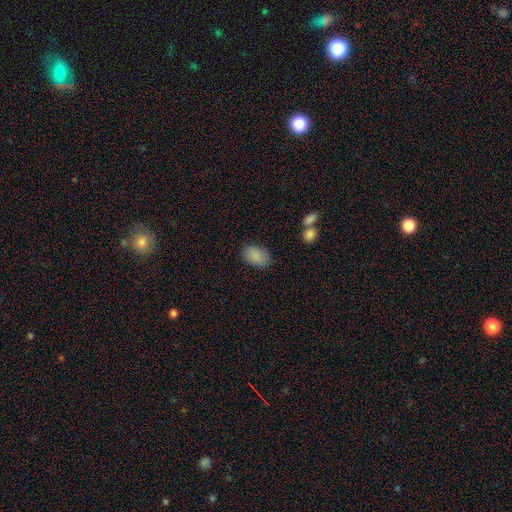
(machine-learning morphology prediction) Smooth or featured: smooth — 88% (star or artifact — 8%)
How rounded: in between — 90% (round — 9%)
Merging: none — 84% (minor disturbance — 11%)